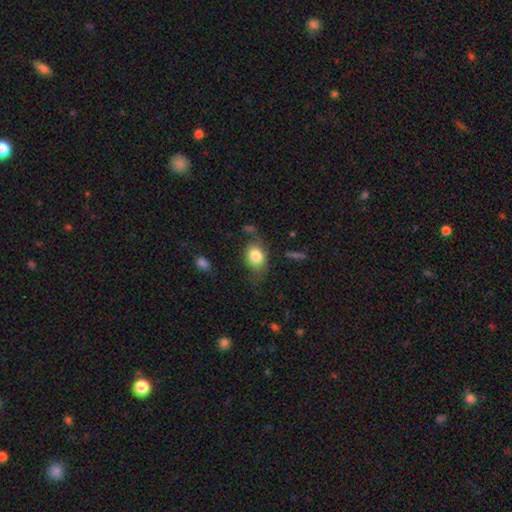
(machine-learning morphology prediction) Smooth or featured? smooth (80%)
How rounded? in between (61%)
Merging? none (55%)